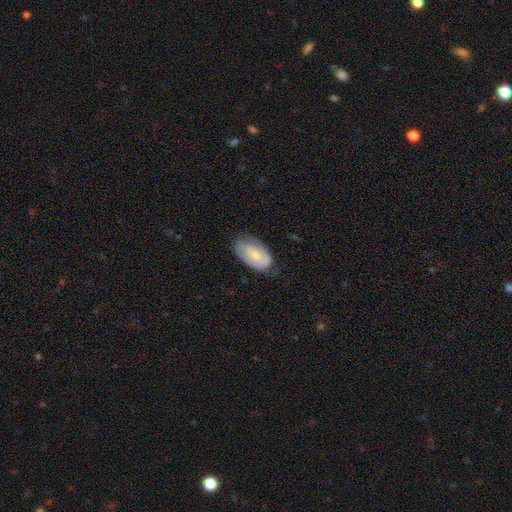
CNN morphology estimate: smooth-or-featured: smooth: 56% | featured or disk: 37% | star or artifact: 6%
  how-rounded: in between: 93% | round: 4% | cigar-shaped: 3%
  merging: none: 67% | minor disturbance: 26% | major disturbance: 6% | merger: 1%